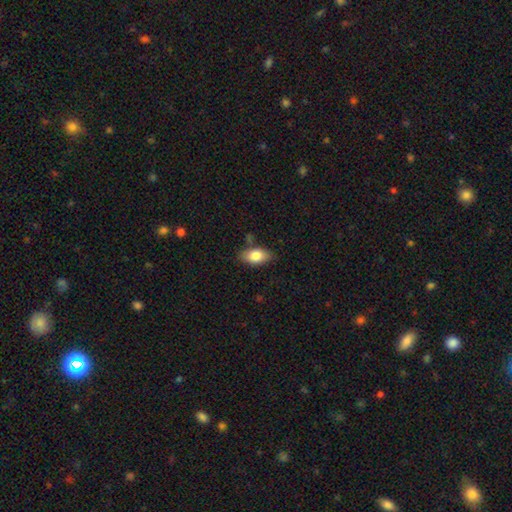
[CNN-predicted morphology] Smooth or featured: smooth — 81% (featured or disk — 12%)
How rounded: in between — 91% (round — 5%)
Merging: none — 80% (minor disturbance — 14%)